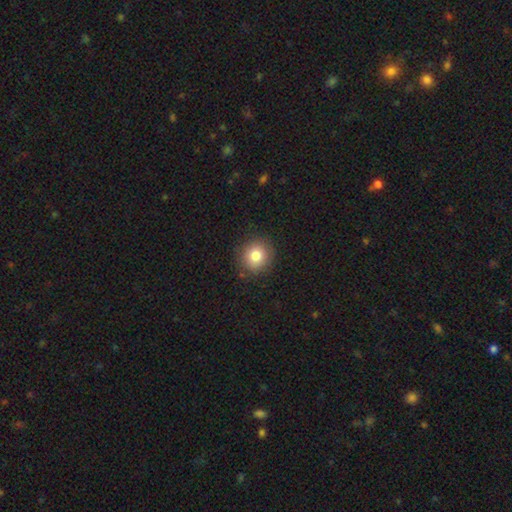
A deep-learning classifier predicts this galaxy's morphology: smooth-or-featured: smooth: 82% | star or artifact: 10% | featured or disk: 8%
  how-rounded: round: 87% | in between: 12% | cigar-shaped: 1%
  merging: none: 88% | minor disturbance: 8% | major disturbance: 2% | merger: 1%